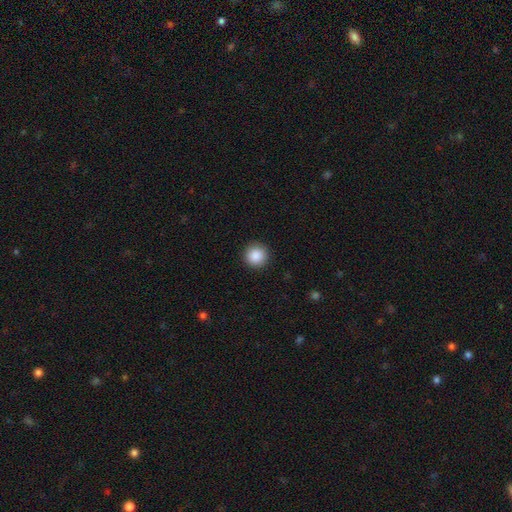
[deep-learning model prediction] Smooth or featured?
  - smooth: 88% *
  - star or artifact: 9%
  - featured or disk: 3%
How rounded?
  - round: 95% *
  - in between: 4%
  - cigar-shaped: 1%
Merging?
  - none: 92% *
  - minor disturbance: 5%
  - major disturbance: 2%
  - merger: 1%